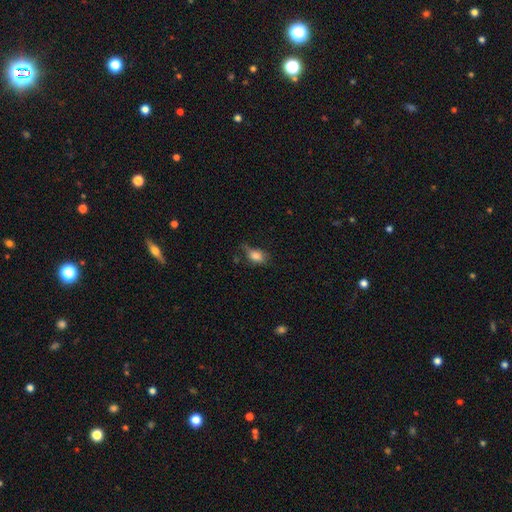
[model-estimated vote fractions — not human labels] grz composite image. It shows a smooth galaxy with no disk features (80%) that is in between round and cigar-shaped (83%). Merging: none (43%).